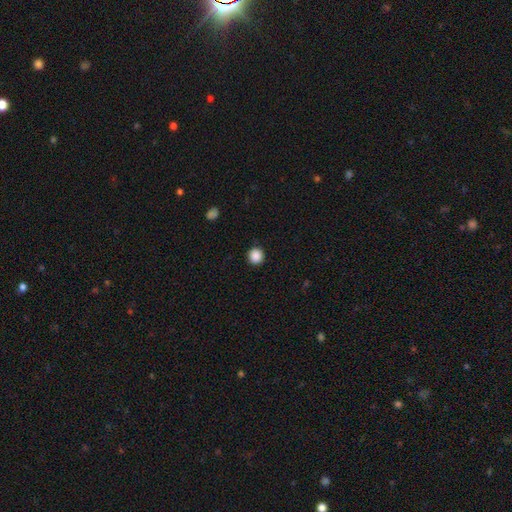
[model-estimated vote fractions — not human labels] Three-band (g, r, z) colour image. It shows a smooth galaxy with no disk features (88%) that is round (95%). Merging: none (92%).